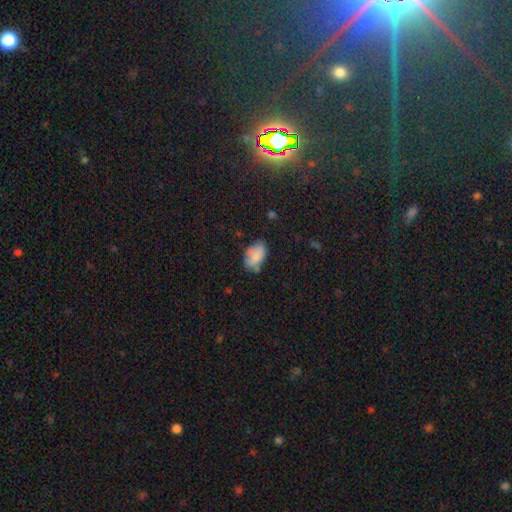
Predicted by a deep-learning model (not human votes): This appears to be a smooth galaxy with no disk features (81%) that is in between round and cigar-shaped (90%). Merging: none (60%).